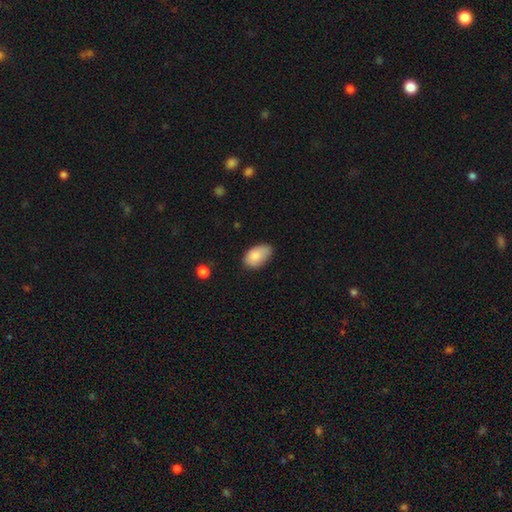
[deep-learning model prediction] A smooth galaxy with no disk features (85%) that is in between round and cigar-shaped (92%).

Vote fractions:
- Smooth or featured? smooth: 85% / featured or disk: 8% / star or artifact: 7%
- How rounded? in between: 92% / round: 7% / cigar-shaped: 1%
- Merging? none: 64% / minor disturbance: 30% / major disturbance: 5% / merger: 2%